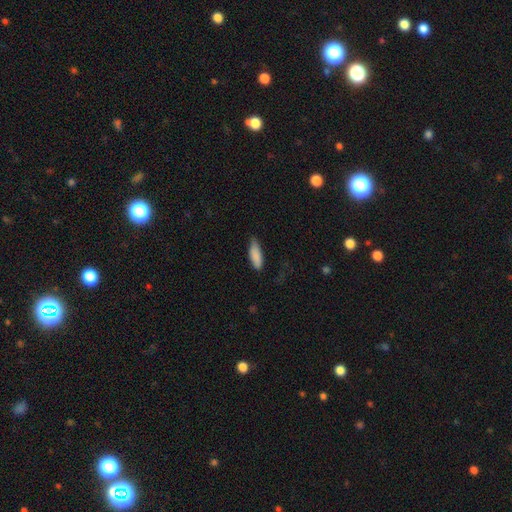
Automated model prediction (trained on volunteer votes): Morphology: type=smooth (87%); roundness=in between (58%); merging=none (66%).